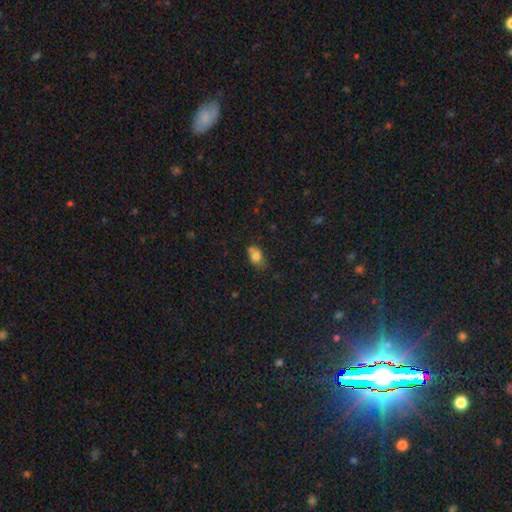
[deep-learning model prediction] Morphology: type=smooth (77%); roundness=in between (69%); merging=none (50%).